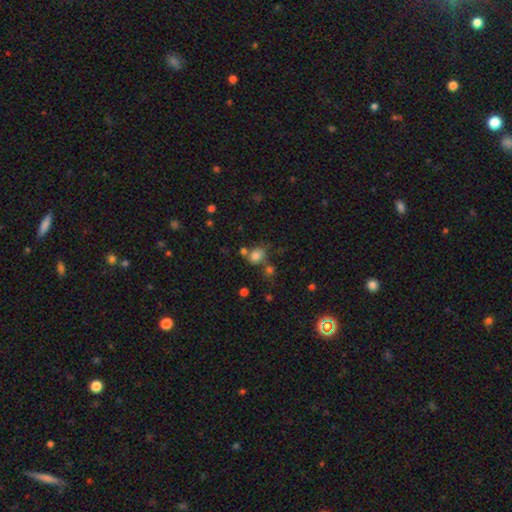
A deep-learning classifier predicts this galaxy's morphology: The model was most divided on "how rounded": round: 65%, in between: 34%, cigar-shaped: 1%. More confident: smooth or featured — smooth (76%); merging — none (55%).